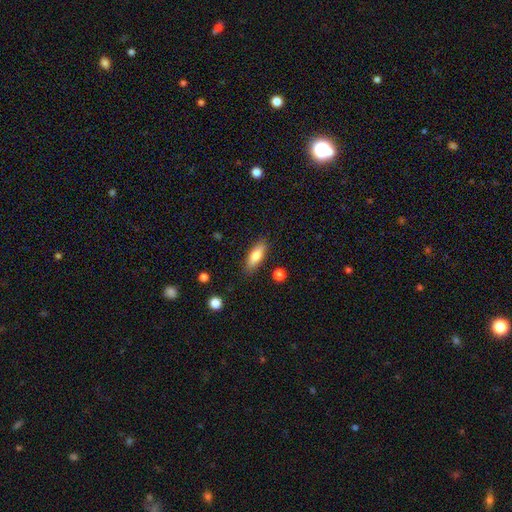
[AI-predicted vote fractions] smooth_or_featured: smooth (p=0.76) [alt: featured or disk p=0.17]
how_rounded: in between (p=0.61) [alt: cigar-shaped p=0.36]
merging: none (p=0.85) [alt: minor disturbance p=0.11]